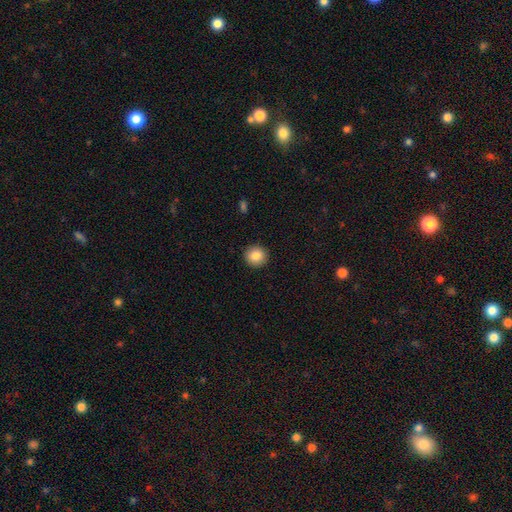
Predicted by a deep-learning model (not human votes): Smooth or featured? smooth (86%)
How rounded? round (93%)
Merging? none (92%)